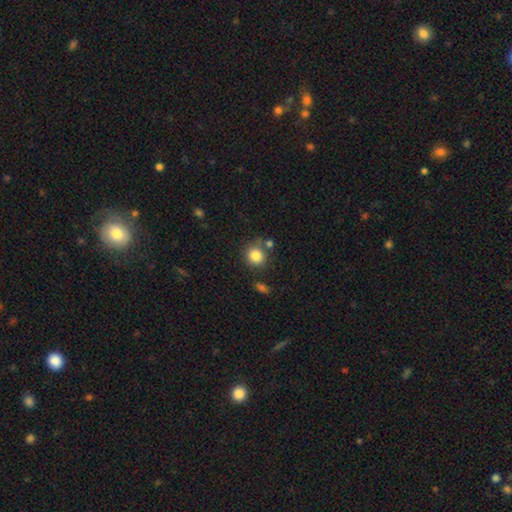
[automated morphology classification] Overall: smooth (84%). How rounded: round (85%). Merging: none (72%).